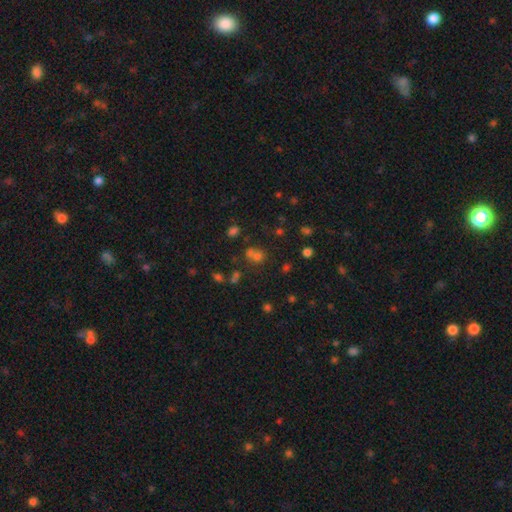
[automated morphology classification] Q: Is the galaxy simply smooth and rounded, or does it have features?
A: smooth — 61%.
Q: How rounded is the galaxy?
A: round — 71%.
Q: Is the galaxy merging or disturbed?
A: none — 44%.